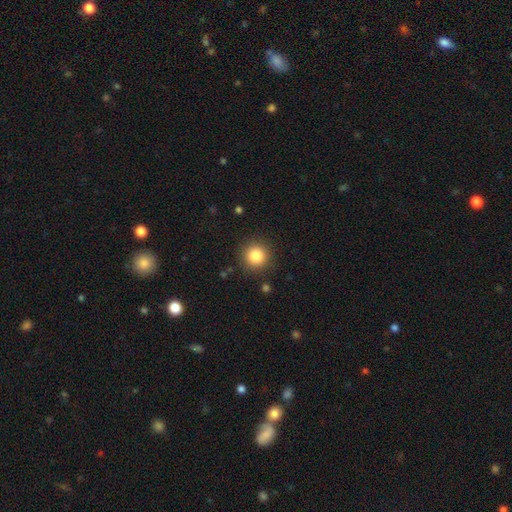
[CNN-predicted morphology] This appears to be a smooth galaxy with no disk features (85%) that is round (95%). Merging: none (89%).